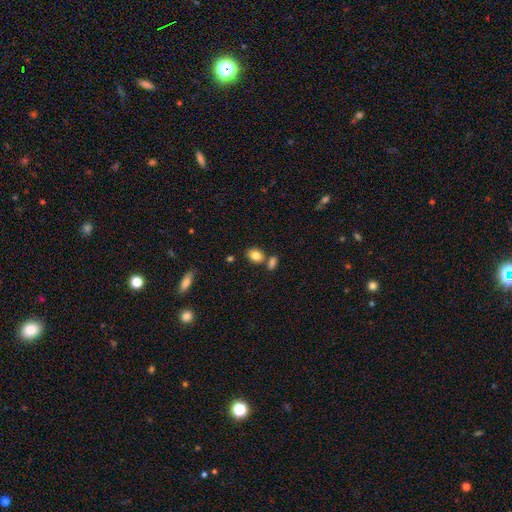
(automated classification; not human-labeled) Smooth or featured?
  - smooth: 83% *
  - star or artifact: 9%
  - featured or disk: 8%
How rounded?
  - in between: 69% *
  - round: 30%
  - cigar-shaped: 1%
Merging?
  - none: 65% *
  - merger: 20%
  - minor disturbance: 12%
  - major disturbance: 3%